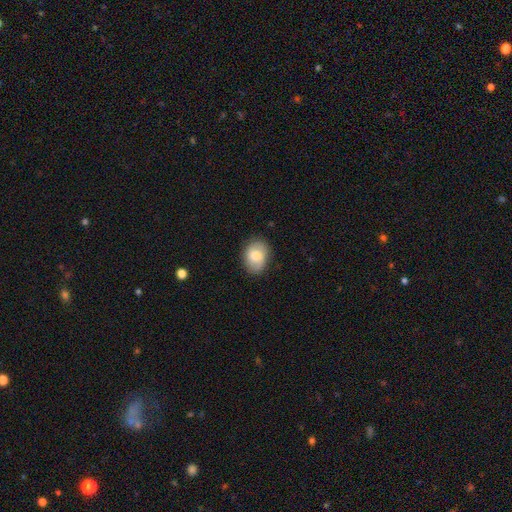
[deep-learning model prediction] The model was most divided on "how rounded": in between: 69%, round: 30%, cigar-shaped: 1%. More confident: merging — none (83%); smooth or featured — smooth (79%).